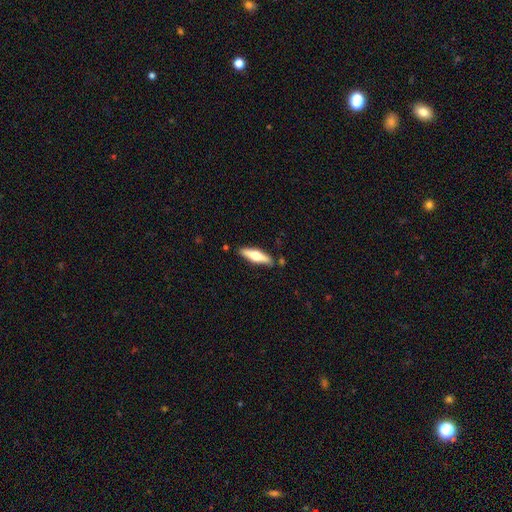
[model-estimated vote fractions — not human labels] Smooth or featured?
  - featured or disk: 51% *
  - smooth: 44%
  - star or artifact: 5%
Edge-on disk?
  - yes: 93% *
  - no: 7%
Merging?
  - none: 85% *
  - minor disturbance: 10%
  - merger: 3%
  - major disturbance: 2%